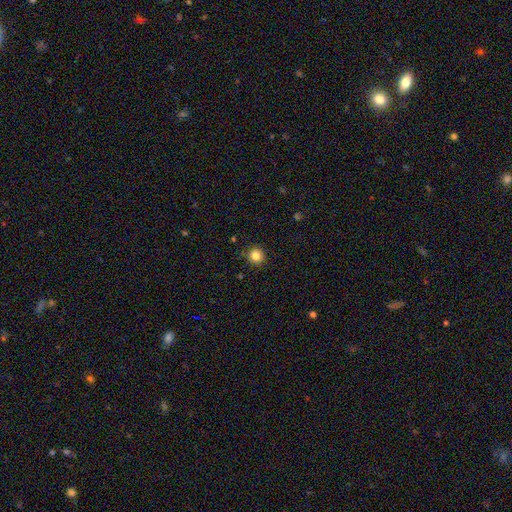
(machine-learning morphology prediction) This appears to be a smooth galaxy with no disk features (83%) that is round (91%). Merging: none (88%).